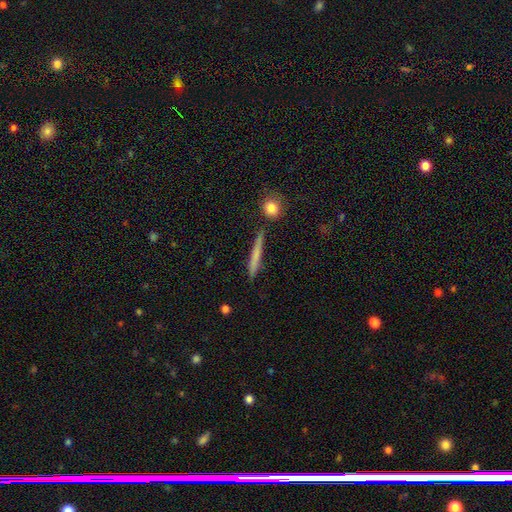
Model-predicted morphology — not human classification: smooth_or_featured: smooth (p=0.65) [alt: featured or disk p=0.28]
how_rounded: cigar-shaped (p=0.95) [alt: in between p=0.03]
merging: none (p=0.85) [alt: minor disturbance p=0.09]